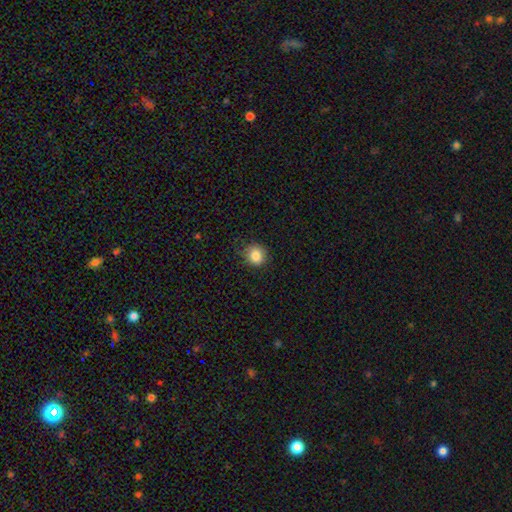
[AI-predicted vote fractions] Morphology: type=smooth (85%); roundness=round (83%); merging=none (82%).